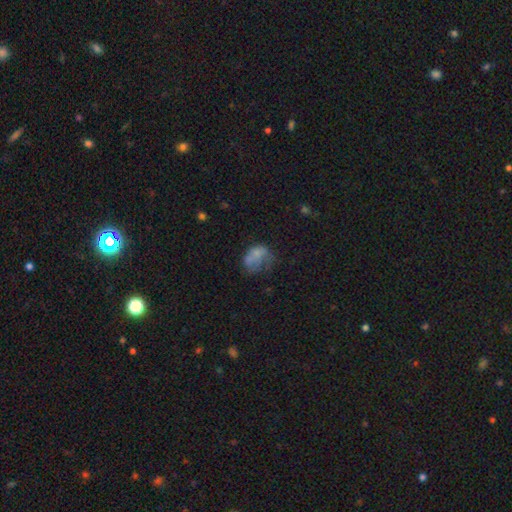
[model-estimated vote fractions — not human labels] Morphology: type=smooth (56%); roundness=in between (75%); merging=major disturbance (39%).